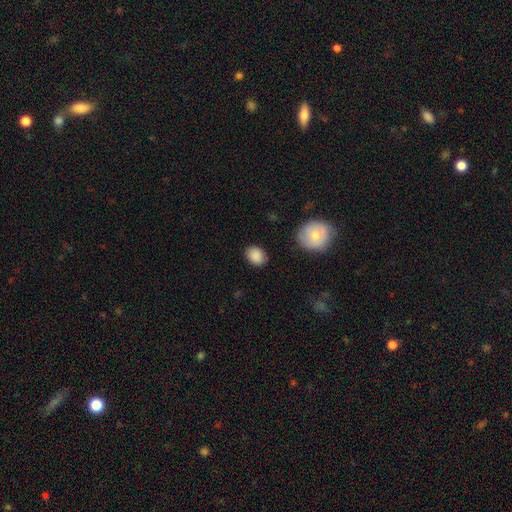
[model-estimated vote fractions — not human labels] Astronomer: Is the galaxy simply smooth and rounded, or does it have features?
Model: smooth — 87%.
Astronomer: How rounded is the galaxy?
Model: in between — 59% (runner-up: round, 40%).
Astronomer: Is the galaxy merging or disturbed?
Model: none — 84%.